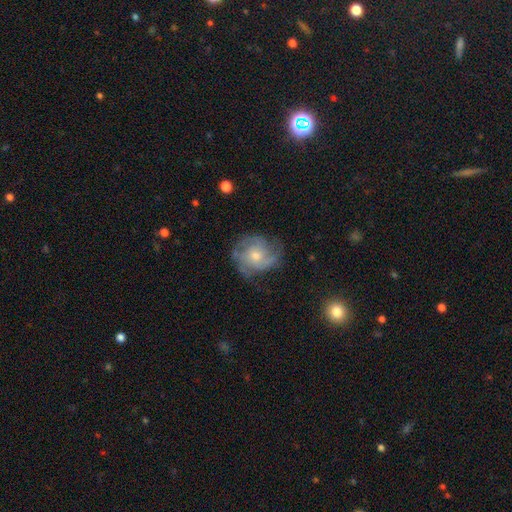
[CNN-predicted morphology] Overall: featured or disk (76%). Edge-on disk: no (98%). Bar: no (79%). Spiral arms: yes (92%). Spiral arm count: 3 (38%; can't tell 25%). Spiral winding: tight (49%; medium 39%). Bulge size: moderate (49%; small 46%). Merging: none (70%).